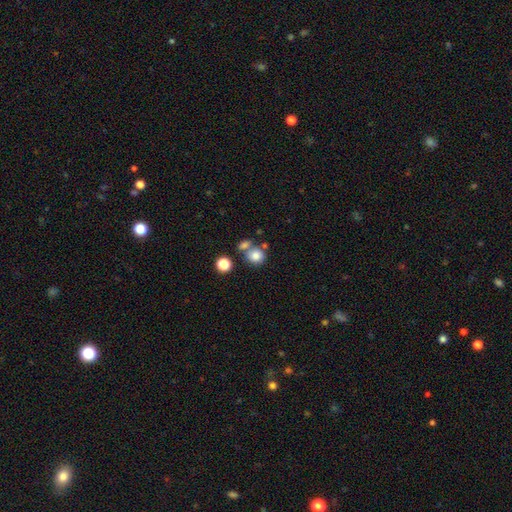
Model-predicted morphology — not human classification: This appears to be a smooth galaxy with no disk features (80%) that is round (80%). Merging: none (58%).